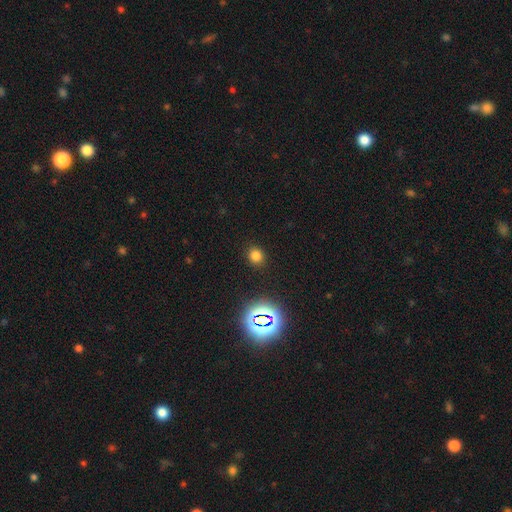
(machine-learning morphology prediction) Smooth or featured: smooth — 74% (star or artifact — 21%)
How rounded: round — 83% (in between — 16%)
Merging: none — 89% (minor disturbance — 7%)